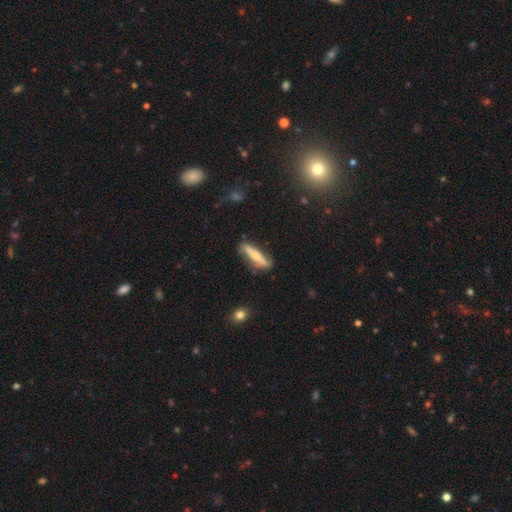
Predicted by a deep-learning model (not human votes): Overall: featured or disk (50%; smooth 44%). Edge-on disk: yes (75%). Merging: none (75%).